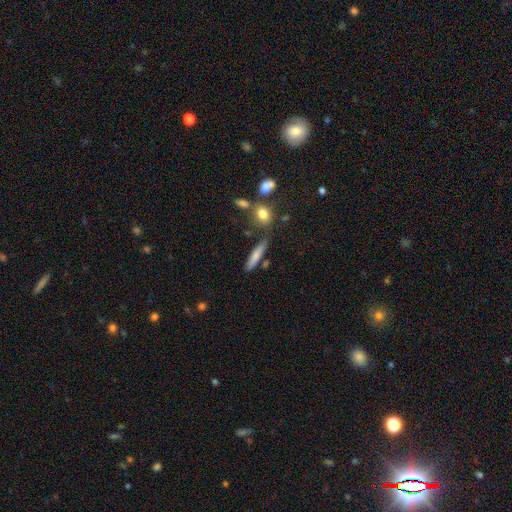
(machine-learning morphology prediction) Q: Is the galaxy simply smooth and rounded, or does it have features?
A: smooth — 74%.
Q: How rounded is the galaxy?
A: cigar-shaped — 82%.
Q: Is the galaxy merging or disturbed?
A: none — 72%.